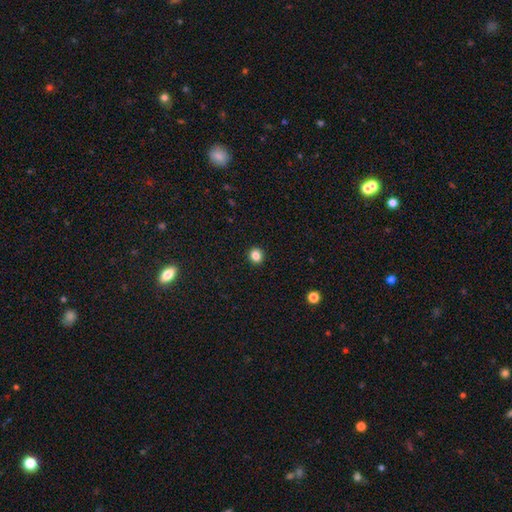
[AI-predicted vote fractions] The model was most divided on "smooth or featured": smooth: 84%, star or artifact: 12%, featured or disk: 5%. More confident: merging — none (93%); how rounded — round (86%).